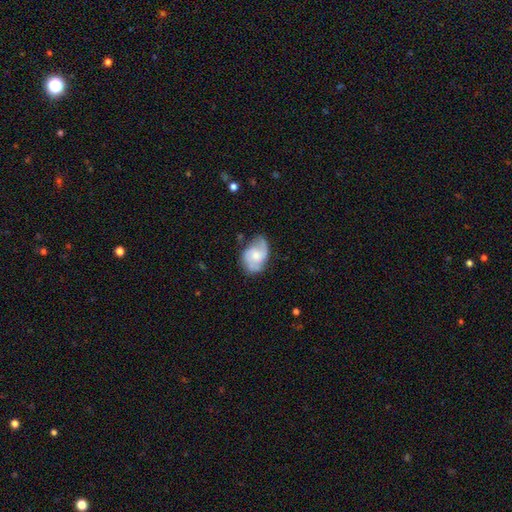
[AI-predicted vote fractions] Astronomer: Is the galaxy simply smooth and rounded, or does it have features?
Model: featured or disk — 68%.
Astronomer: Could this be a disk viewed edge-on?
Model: no — 97%.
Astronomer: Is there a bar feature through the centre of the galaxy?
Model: no — 58% (runner-up: weak, 36%).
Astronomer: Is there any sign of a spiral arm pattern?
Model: yes — 91%.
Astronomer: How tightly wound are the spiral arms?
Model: medium — 48% (runner-up: loose, 29%).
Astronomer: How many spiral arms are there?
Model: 2 — 71%.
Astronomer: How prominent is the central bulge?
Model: moderate — 43%, tied with small at 43%.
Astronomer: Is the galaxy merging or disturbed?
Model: none — 60%.